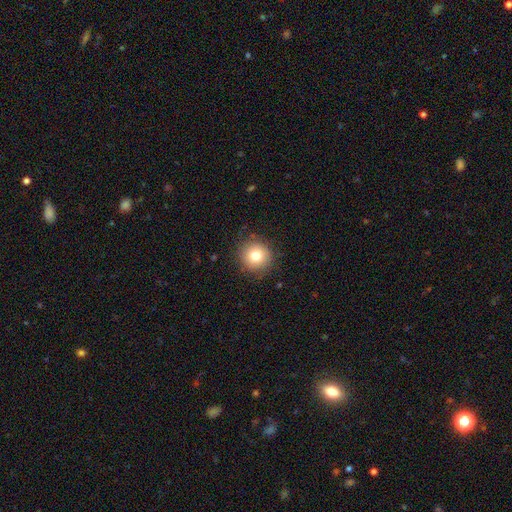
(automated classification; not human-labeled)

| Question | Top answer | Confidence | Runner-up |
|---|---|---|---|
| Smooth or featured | smooth | 78% | star or artifact (11%) |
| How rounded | round | 94% | in between (5%) |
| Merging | none | 87% | minor disturbance (9%) |